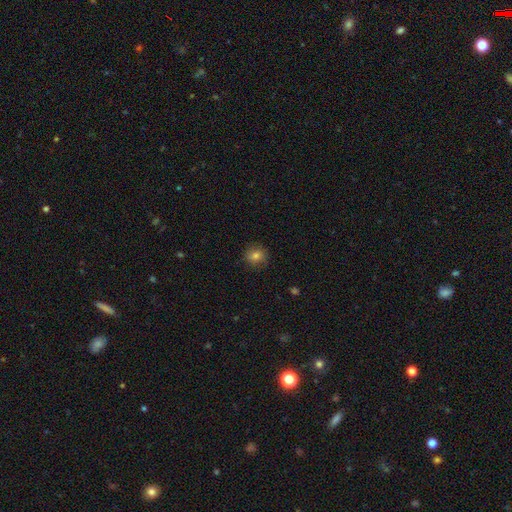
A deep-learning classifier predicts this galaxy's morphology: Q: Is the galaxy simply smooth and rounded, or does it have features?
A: smooth — 79%.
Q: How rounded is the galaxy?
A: round — 83%.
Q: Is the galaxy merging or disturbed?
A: none — 87%.